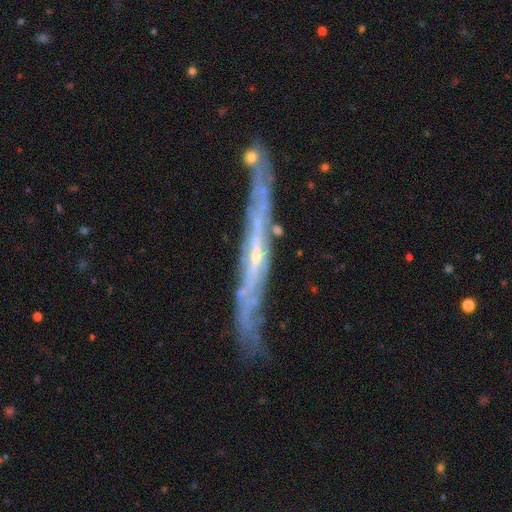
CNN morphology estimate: A featured or disk galaxy (81%) viewed edge-on (81%) with no central bulge (52%). Merging: none (68%).